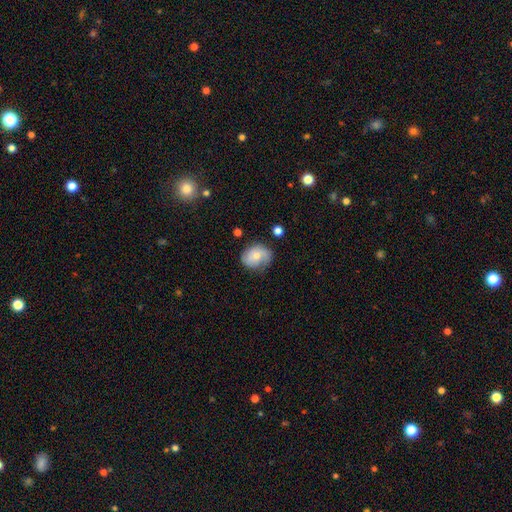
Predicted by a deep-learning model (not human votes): Smooth or featured? smooth (56%)
How rounded? in between (51%)
Merging? none (63%)